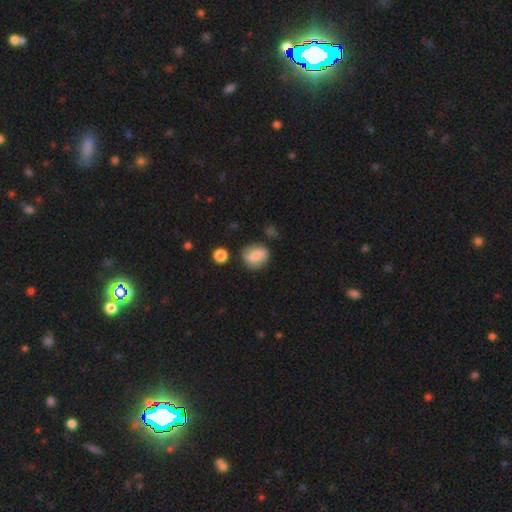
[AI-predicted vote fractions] The model was most divided on "how rounded": round: 57%, in between: 41%, cigar-shaped: 2%. More confident: merging — none (73%); smooth or featured — smooth (63%).